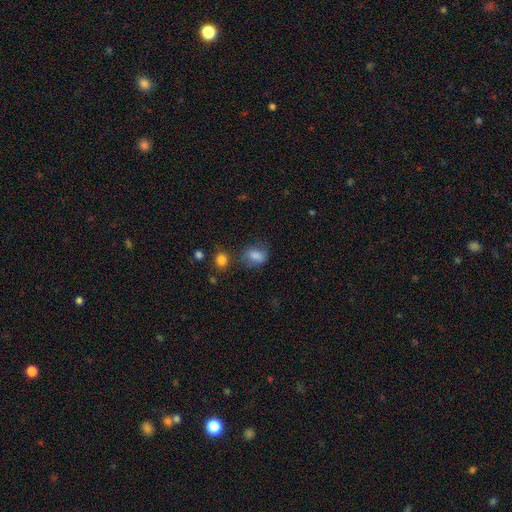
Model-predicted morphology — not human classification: This is clearly a smooth galaxy (80%). How rounded: likely in between (68%). Merging: likely none (62%).